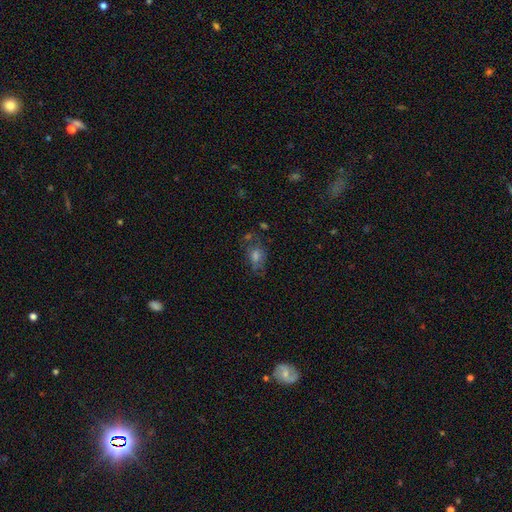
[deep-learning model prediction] Smooth or featured? Predicted: smooth (p=0.45). Merging? Predicted: none (p=0.57).